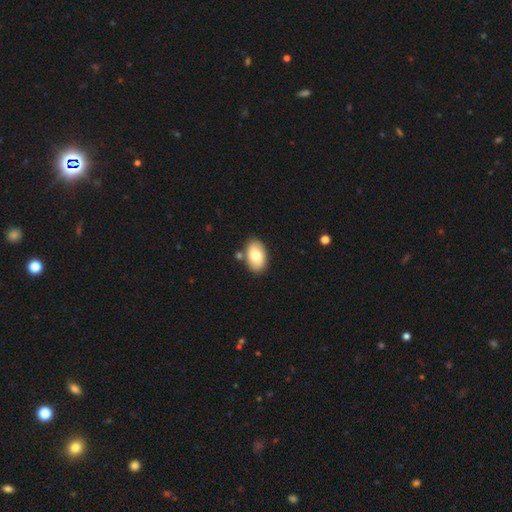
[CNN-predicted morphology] smooth 78%, featured or disk 16%, star or artifact 7%. Down the decision tree: how rounded — in between (91%); merging — none (80%).